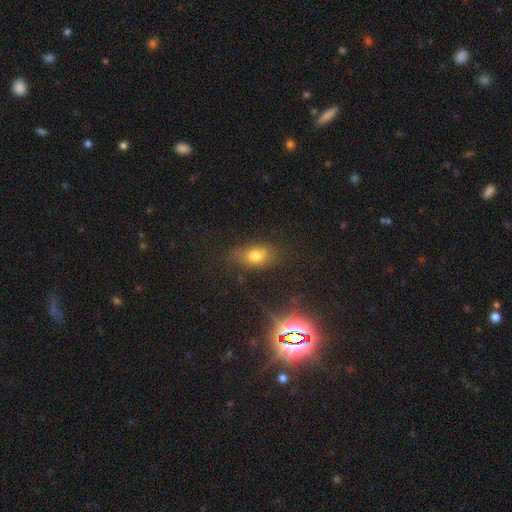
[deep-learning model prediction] Smooth or featured: smooth — 70% (star or artifact — 17%)
How rounded: in between — 81% (round — 13%)
Merging: none — 72% (minor disturbance — 18%)